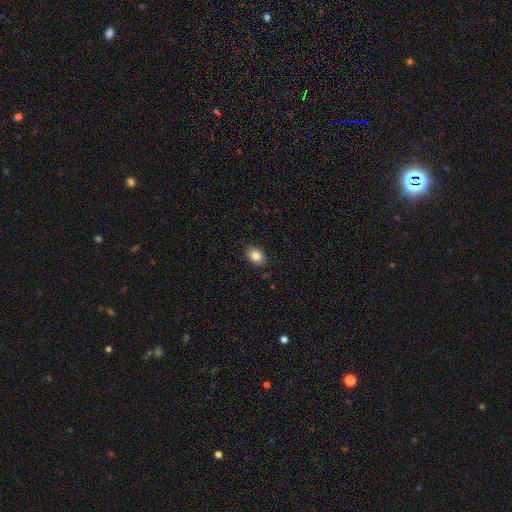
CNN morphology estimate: smooth_or_featured: smooth (p=0.84) [alt: star or artifact p=0.09]
how_rounded: in between (p=0.78) [alt: round p=0.21]
merging: none (p=0.89) [alt: minor disturbance p=0.08]